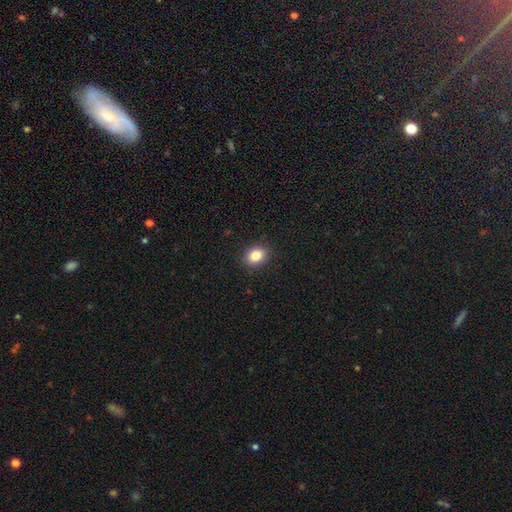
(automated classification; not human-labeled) The model was most divided on "how rounded": in between: 50%, round: 49%, cigar-shaped: 1%. More confident: merging — none (90%); smooth or featured — smooth (84%).